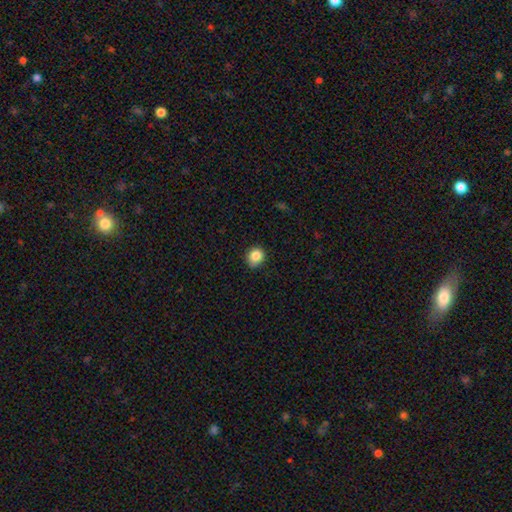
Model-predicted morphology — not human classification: Overall: smooth (85%). How rounded: round (83%). Merging: none (83%).